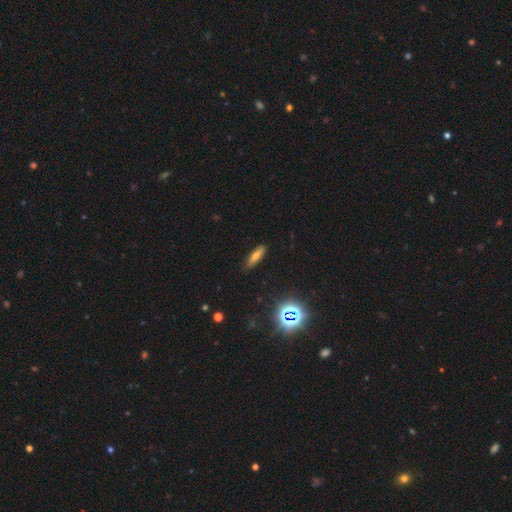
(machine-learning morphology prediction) smooth-or-featured: smooth: 61% | featured or disk: 24% | star or artifact: 15%
  how-rounded: cigar-shaped: 64% | in between: 33% | round: 3%
  merging: none: 87% | minor disturbance: 10% | major disturbance: 2% | merger: 1%